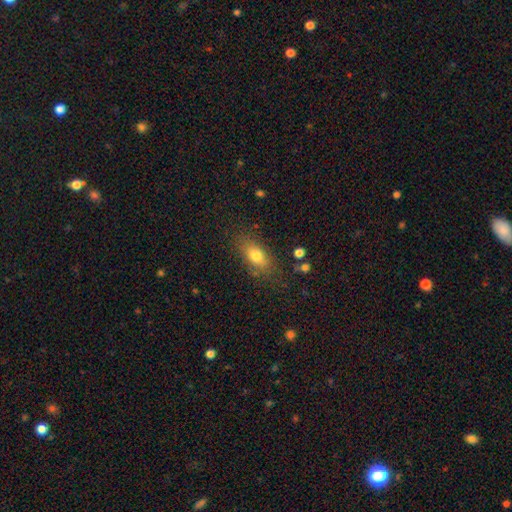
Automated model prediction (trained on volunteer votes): A smooth galaxy with no disk features (76%) that is in between round and cigar-shaped (80%). Merging: none (78%).